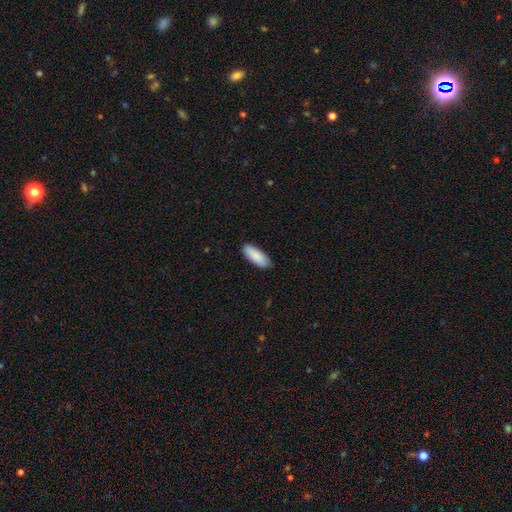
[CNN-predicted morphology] Overall: smooth (90%). How rounded: in between (75%). Merging: none (87%).